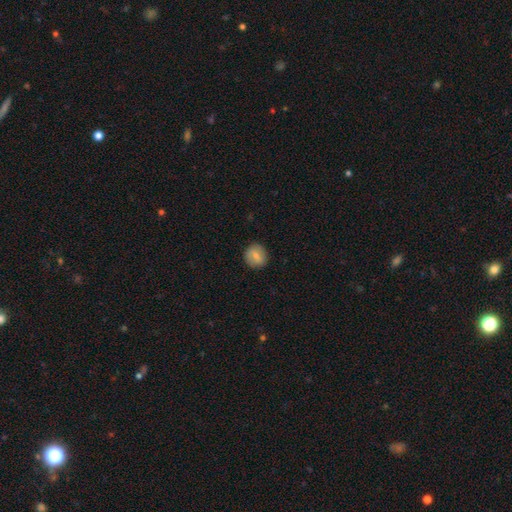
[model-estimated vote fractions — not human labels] A smooth galaxy with no disk features (72%) that is round (87%).

Vote fractions:
- Smooth or featured? smooth: 72% / featured or disk: 20% / star or artifact: 8%
- How rounded? round: 87% / in between: 12% / cigar-shaped: 1%
- Merging? none: 87% / minor disturbance: 9% / major disturbance: 2% / merger: 1%